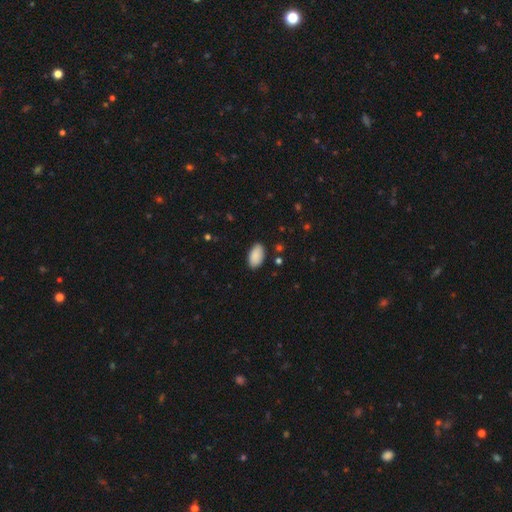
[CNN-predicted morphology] Overall: smooth (90%). How rounded: in between (95%). Merging: none (86%).